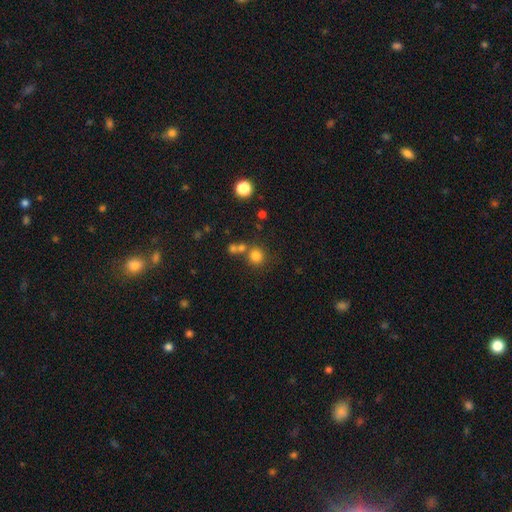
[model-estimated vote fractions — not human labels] A smooth galaxy with no disk features (78%) that is round (91%). Merging: none (67%).